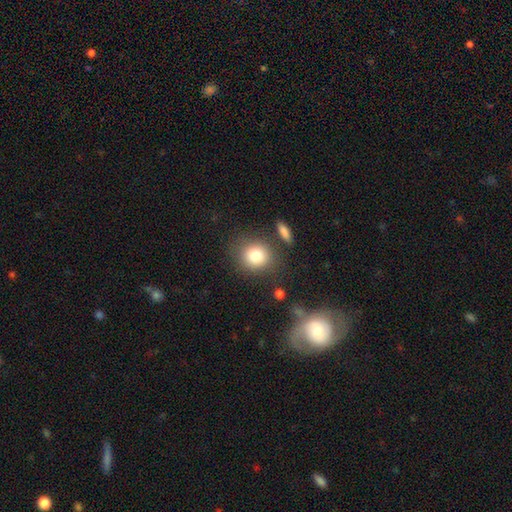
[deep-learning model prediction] Smooth or featured: smooth — 81% (star or artifact — 10%)
How rounded: round — 78% (in between — 21%)
Merging: none — 78% (minor disturbance — 11%)